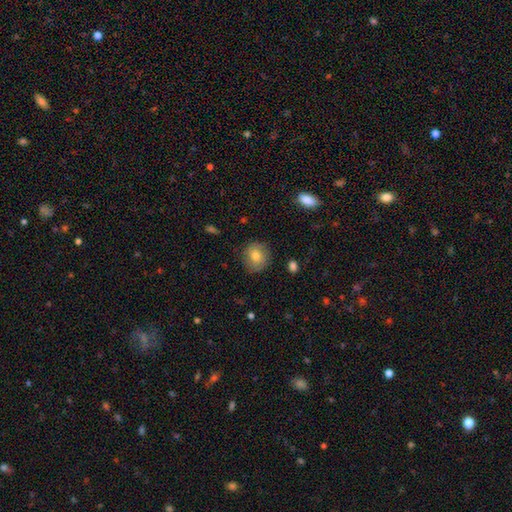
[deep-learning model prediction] This is likely a smooth galaxy (70%). How rounded: clearly round (86%). Merging: clearly none (83%).